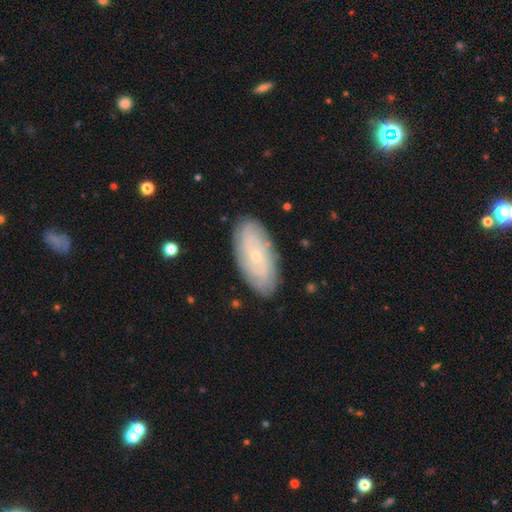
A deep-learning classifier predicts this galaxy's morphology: Smooth or featured? Predicted: featured or disk (p=0.66). Edge-on disk? Predicted: no (p=0.92). Bar? Predicted: no (p=0.81). Spiral arms? Predicted: yes (p=0.85). Spiral winding? Predicted: tight (p=0.73). Spiral arm count? Predicted: can't tell (p=0.56). Bulge size? Predicted: small (p=0.83). Merging? Predicted: none (p=0.84).